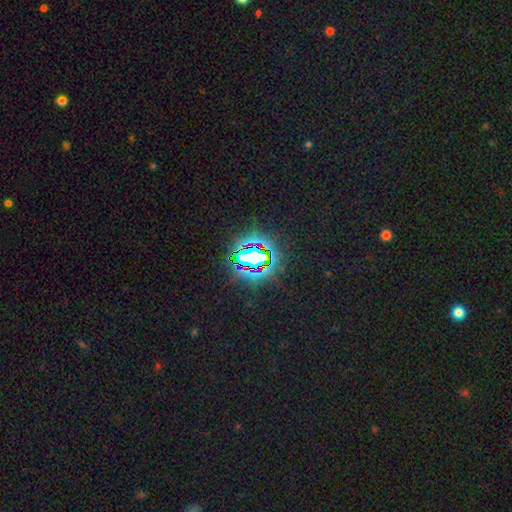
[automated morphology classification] A star or artifact, not a galaxy (76%).